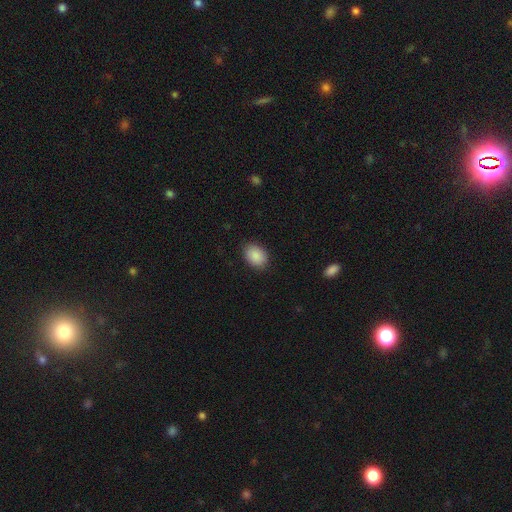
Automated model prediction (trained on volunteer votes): Overall: smooth (89%). How rounded: in between (74%). Merging: none (87%).